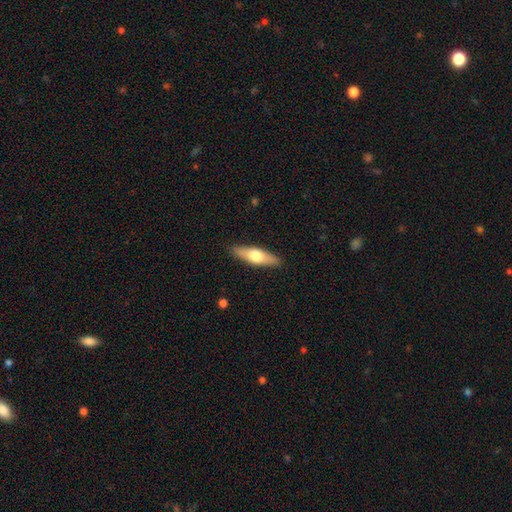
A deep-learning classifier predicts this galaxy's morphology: Q: Smooth or featured?
A: smooth (55%); runner-up: featured or disk (39%)
Q: How rounded?
A: cigar-shaped (57%); runner-up: in between (41%)
Q: Merging?
A: none (89%); runner-up: minor disturbance (8%)